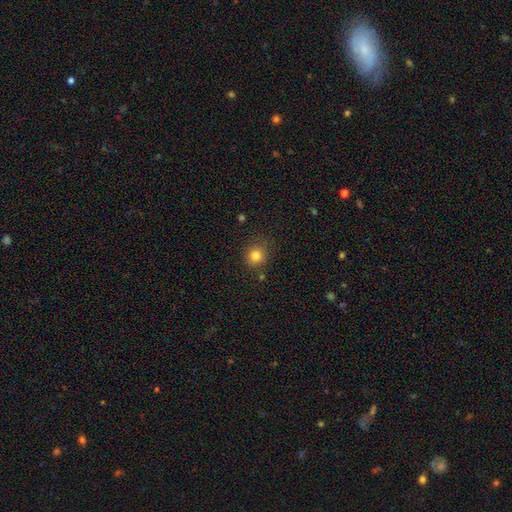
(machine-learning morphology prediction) This appears to be a smooth galaxy with no disk features (82%) that is round (89%). Merging: none (80%).